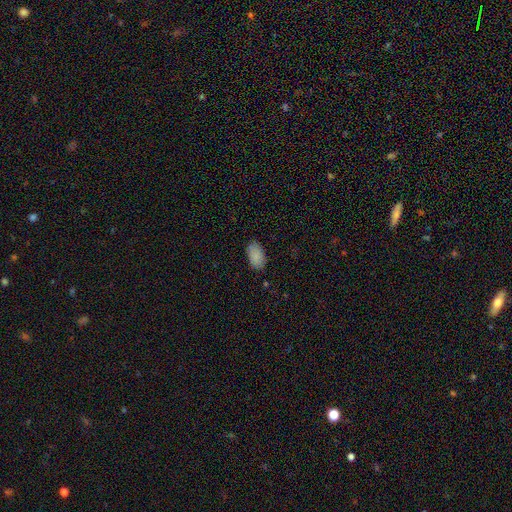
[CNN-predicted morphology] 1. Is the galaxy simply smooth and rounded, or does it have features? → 88% smooth, 7% star or artifact, 5% featured or disk.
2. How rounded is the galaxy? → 94% in between, 4% round, 2% cigar-shaped.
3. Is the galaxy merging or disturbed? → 84% none, 13% minor disturbance, 3% major disturbance, 1% merger.